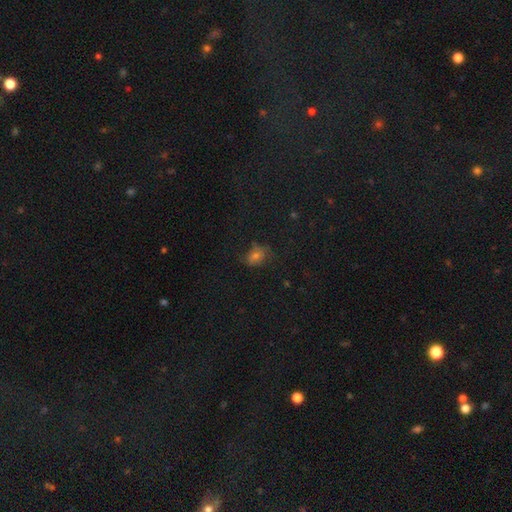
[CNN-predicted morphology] The model was most divided on "how rounded": in between: 57%, round: 41%, cigar-shaped: 1%. More confident: merging — none (63%); smooth or featured — smooth (63%).